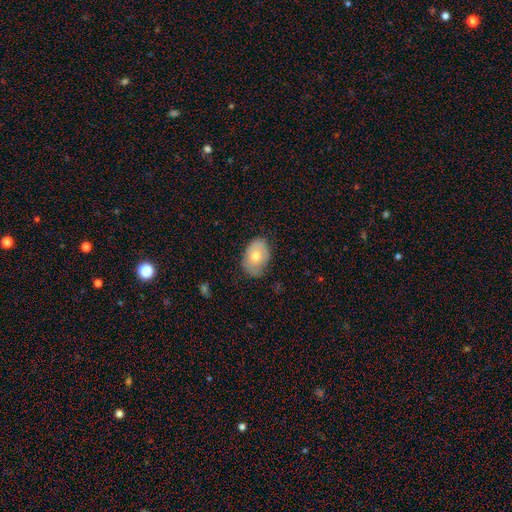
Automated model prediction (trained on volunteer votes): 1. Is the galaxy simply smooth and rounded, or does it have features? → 66% smooth, 27% featured or disk, 7% star or artifact.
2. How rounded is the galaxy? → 78% in between, 21% round, 1% cigar-shaped.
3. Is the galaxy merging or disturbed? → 69% none, 25% minor disturbance, 5% major disturbance, 1% merger.